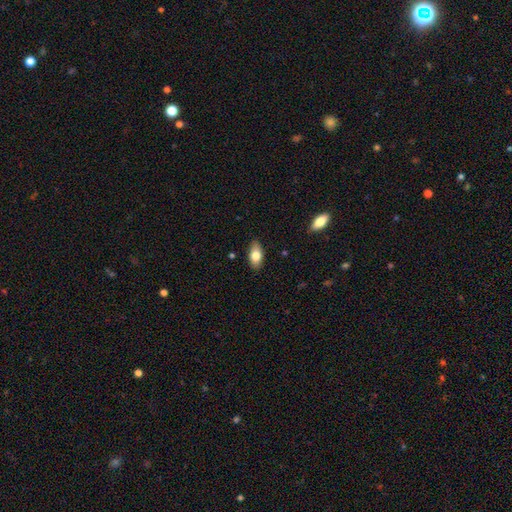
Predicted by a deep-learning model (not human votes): smooth_or_featured: smooth (p=0.78) [alt: featured or disk p=0.15]
how_rounded: in between (p=0.90) [alt: cigar-shaped p=0.06]
merging: none (p=0.85) [alt: minor disturbance p=0.11]